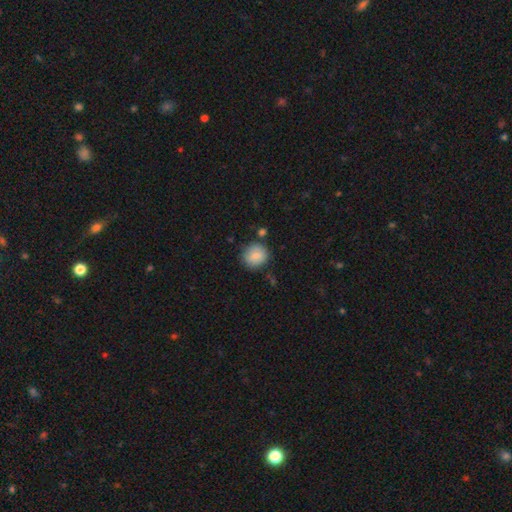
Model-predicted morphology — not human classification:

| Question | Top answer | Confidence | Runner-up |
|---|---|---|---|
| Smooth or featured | smooth | 86% | star or artifact (8%) |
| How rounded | round | 82% | in between (17%) |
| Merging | none | 79% | minor disturbance (13%) |